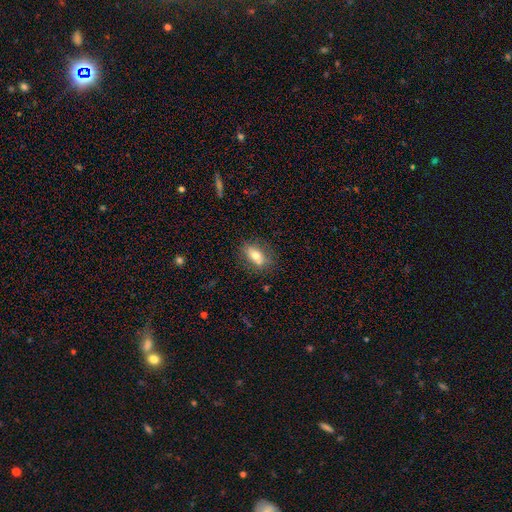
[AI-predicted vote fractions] Smooth or featured? smooth (71%)
How rounded? in between (83%)
Merging? none (75%)